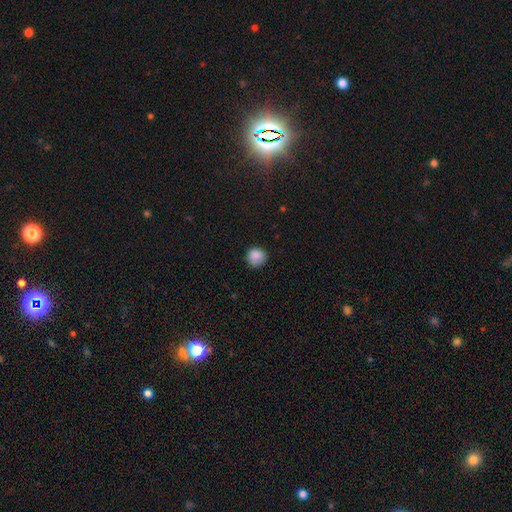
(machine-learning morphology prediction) Smooth or featured: smooth — 87% (star or artifact — 10%)
How rounded: round — 90% (in between — 9%)
Merging: none — 81% (minor disturbance — 15%)